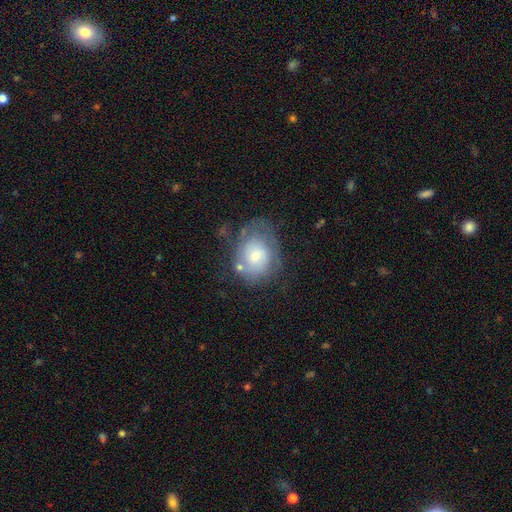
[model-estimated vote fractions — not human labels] Smooth or featured? smooth (48%)
Merging? none (47%)